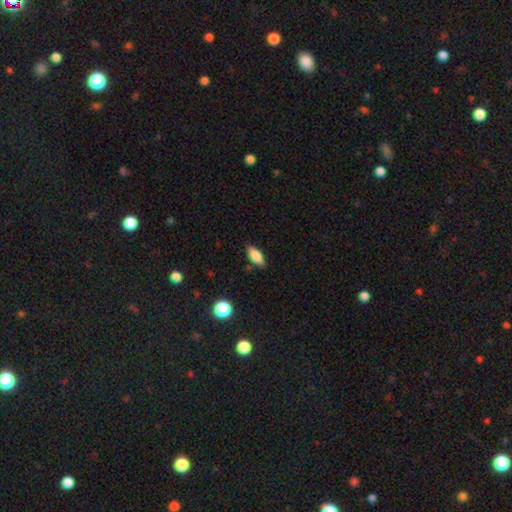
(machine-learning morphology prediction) Q: Smooth or featured?
A: smooth (84%); runner-up: featured or disk (9%)
Q: How rounded?
A: in between (84%); runner-up: cigar-shaped (13%)
Q: Merging?
A: none (85%); runner-up: minor disturbance (12%)